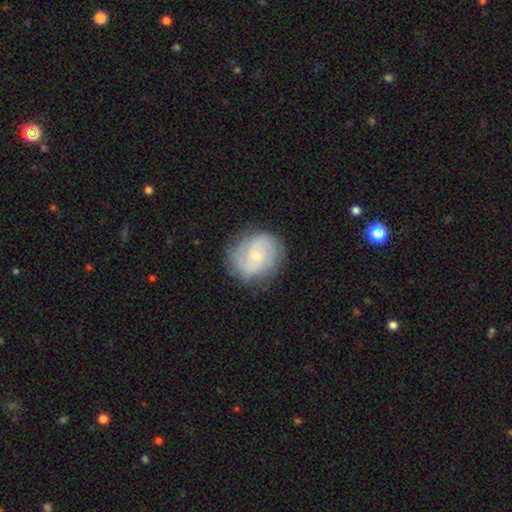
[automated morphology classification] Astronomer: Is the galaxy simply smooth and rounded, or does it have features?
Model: featured or disk — 67%.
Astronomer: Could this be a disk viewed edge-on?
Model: no — 98%.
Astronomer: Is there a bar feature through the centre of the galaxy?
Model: no — 63%.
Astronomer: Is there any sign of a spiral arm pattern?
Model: yes — 91%.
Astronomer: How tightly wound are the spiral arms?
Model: tight — 42%, tied with medium at 42%.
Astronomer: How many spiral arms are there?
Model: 2 — 55%.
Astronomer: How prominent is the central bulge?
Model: small — 71%.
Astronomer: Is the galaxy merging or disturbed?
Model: none — 78%.